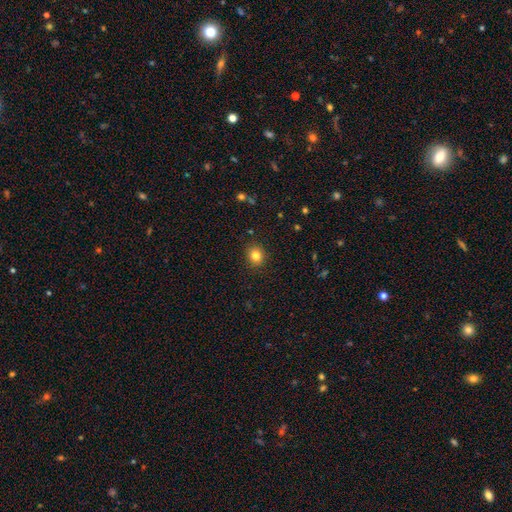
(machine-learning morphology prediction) Smooth or featured?
  - smooth: 82% *
  - star or artifact: 12%
  - featured or disk: 6%
How rounded?
  - round: 76% *
  - in between: 23%
  - cigar-shaped: 1%
Merging?
  - none: 90% *
  - minor disturbance: 7%
  - major disturbance: 2%
  - merger: 1%